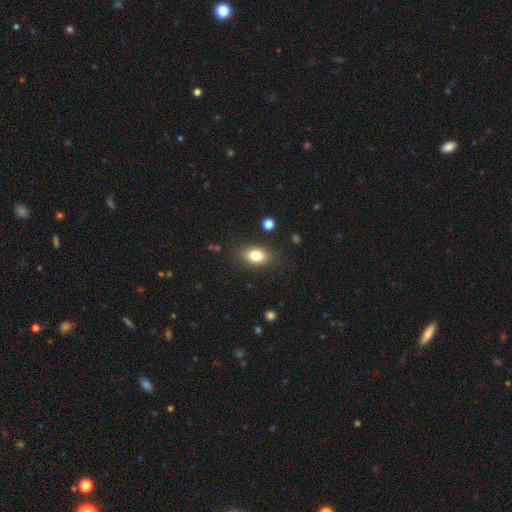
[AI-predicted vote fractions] Smooth or featured: smooth — 79% (featured or disk — 11%)
How rounded: in between — 81% (round — 16%)
Merging: none — 84% (minor disturbance — 11%)